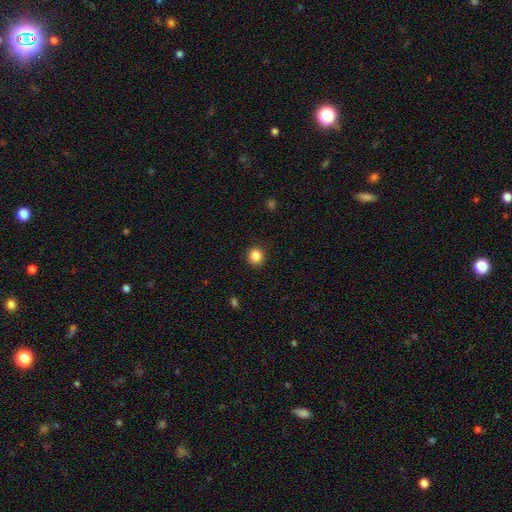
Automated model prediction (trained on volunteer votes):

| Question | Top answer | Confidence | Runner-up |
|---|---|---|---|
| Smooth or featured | smooth | 86% | star or artifact (10%) |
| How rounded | round | 88% | in between (11%) |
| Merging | none | 92% | minor disturbance (5%) |